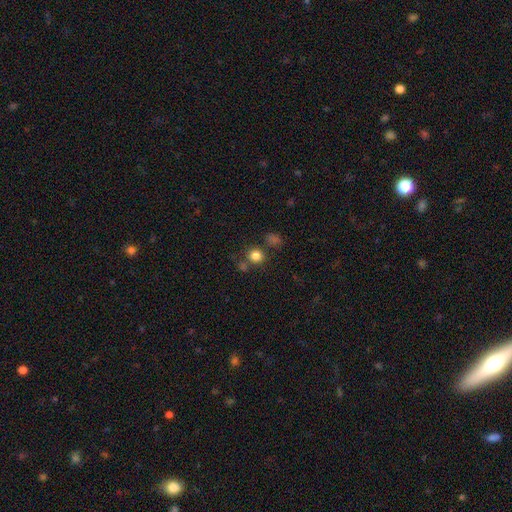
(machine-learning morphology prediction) A smooth galaxy with no disk features (80%) that is round (86%).

Vote fractions:
- Smooth or featured? smooth: 80% / star or artifact: 14% / featured or disk: 6%
- How rounded? round: 86% / in between: 13% / cigar-shaped: 1%
- Merging? none: 72% / merger: 14% / minor disturbance: 10% / major disturbance: 4%